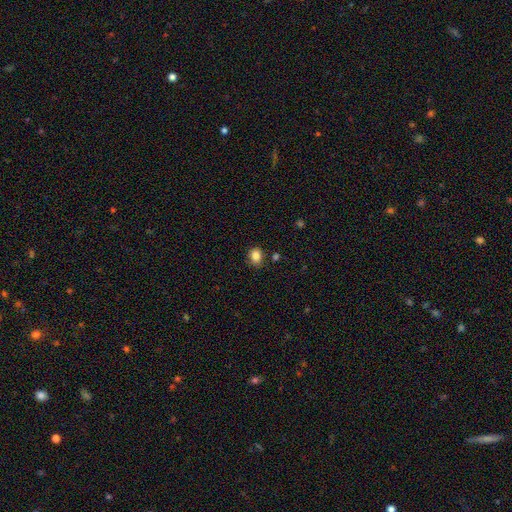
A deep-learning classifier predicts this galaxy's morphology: This is clearly a smooth galaxy (84%). How rounded: possibly round (56%). Merging: clearly none (80%).